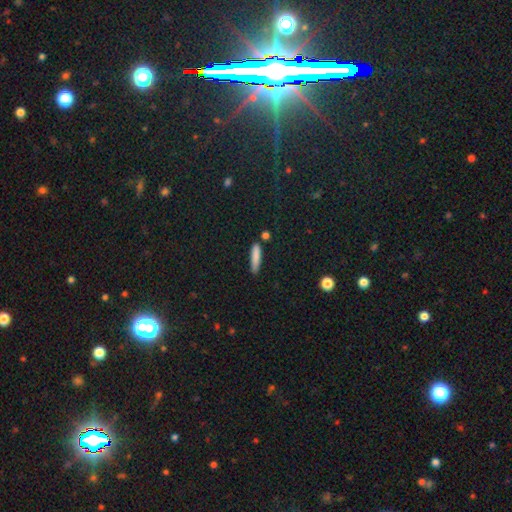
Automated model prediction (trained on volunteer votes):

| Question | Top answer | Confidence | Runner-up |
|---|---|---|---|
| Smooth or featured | smooth | 83% | featured or disk (10%) |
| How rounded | cigar-shaped | 89% | in between (10%) |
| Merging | none | 80% | minor disturbance (13%) |